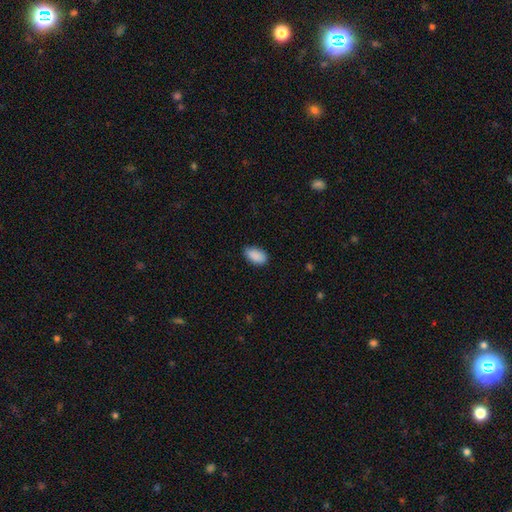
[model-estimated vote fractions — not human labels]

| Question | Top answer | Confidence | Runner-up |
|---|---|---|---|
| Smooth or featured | smooth | 90% | star or artifact (7%) |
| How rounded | in between | 93% | round (5%) |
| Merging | none | 80% | minor disturbance (16%) |